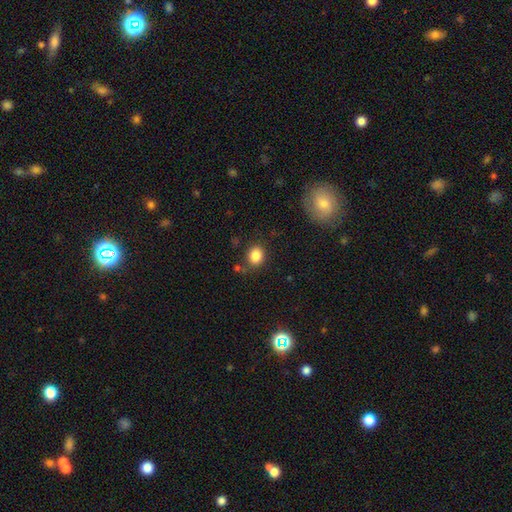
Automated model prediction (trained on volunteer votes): smooth-or-featured: smooth: 85% | star or artifact: 10% | featured or disk: 5%
  how-rounded: round: 68% | in between: 31% | cigar-shaped: 1%
  merging: none: 80% | minor disturbance: 12% | merger: 5% | major disturbance: 4%